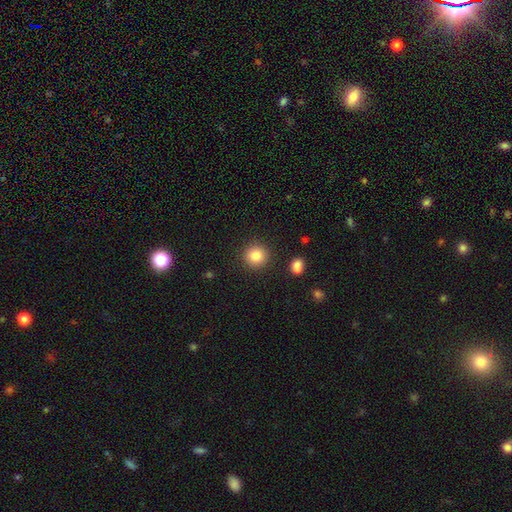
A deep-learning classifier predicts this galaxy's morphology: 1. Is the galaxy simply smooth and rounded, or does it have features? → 85% smooth, 10% star or artifact, 5% featured or disk.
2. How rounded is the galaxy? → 93% round, 6% in between, 1% cigar-shaped.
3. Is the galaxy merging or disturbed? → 90% none, 6% minor disturbance, 2% major disturbance, 2% merger.